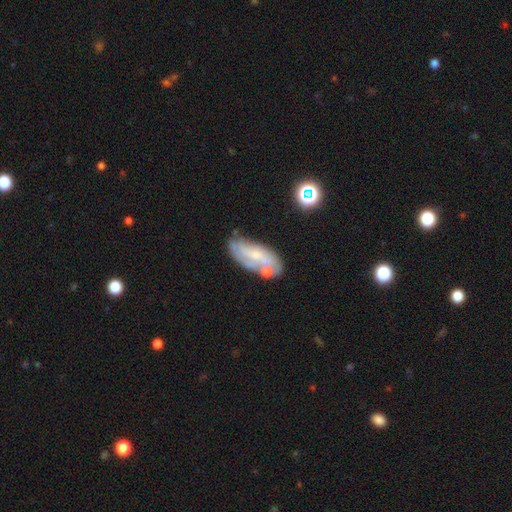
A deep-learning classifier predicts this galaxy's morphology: A featured or disk galaxy (52%). Merging: none (52%).